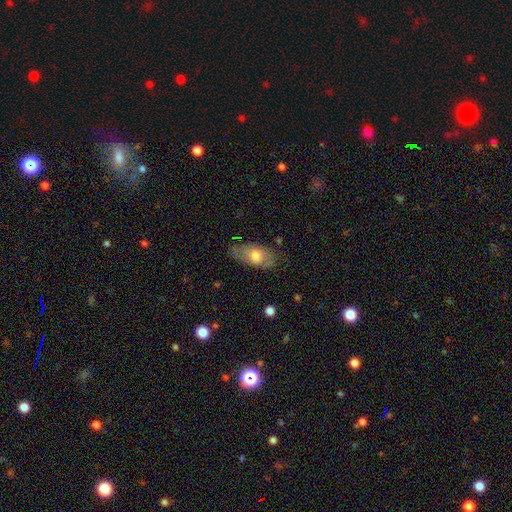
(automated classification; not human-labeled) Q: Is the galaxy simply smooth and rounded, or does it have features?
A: smooth — 60%.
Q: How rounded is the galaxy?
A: in between — 89%.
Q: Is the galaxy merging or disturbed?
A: none — 66%.